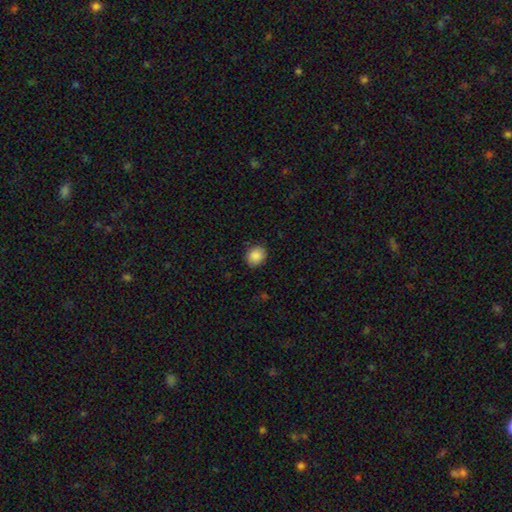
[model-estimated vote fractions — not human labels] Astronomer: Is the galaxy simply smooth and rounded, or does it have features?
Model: smooth — 88%.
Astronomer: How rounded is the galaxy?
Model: round — 66%.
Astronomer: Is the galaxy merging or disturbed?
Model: none — 87%.